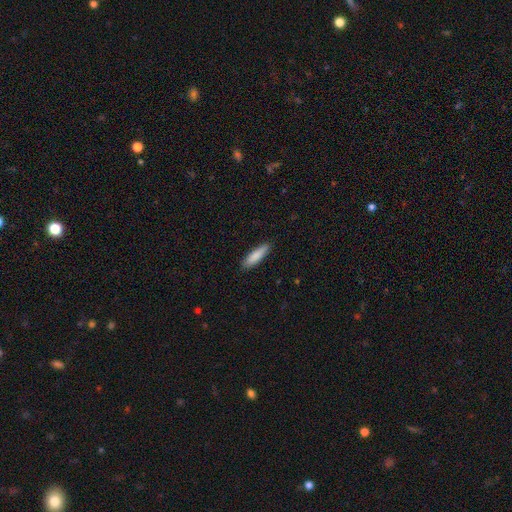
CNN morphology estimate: Overall: smooth (85%). How rounded: cigar-shaped (72%). Merging: none (89%).